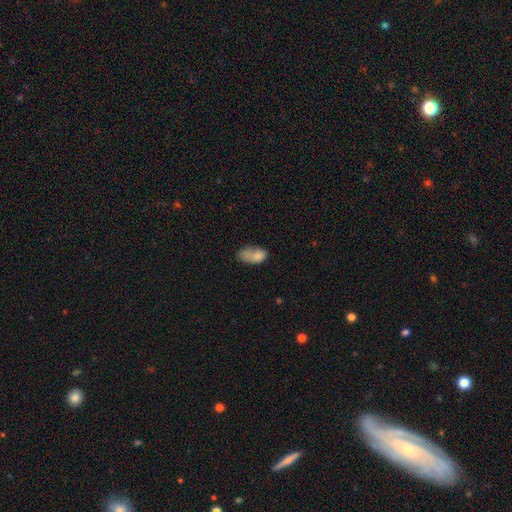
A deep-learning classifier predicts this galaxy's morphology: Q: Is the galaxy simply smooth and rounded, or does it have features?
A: smooth — 78%.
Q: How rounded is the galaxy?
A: in between — 91%.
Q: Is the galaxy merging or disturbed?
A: none — 34%.